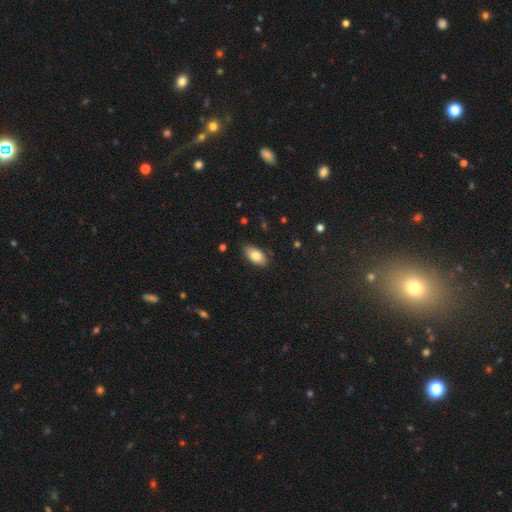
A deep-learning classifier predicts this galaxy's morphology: smooth_or_featured: smooth (p=0.81) [alt: featured or disk p=0.12]
how_rounded: in between (p=0.92) [alt: cigar-shaped p=0.04]
merging: none (p=0.84) [alt: minor disturbance p=0.12]